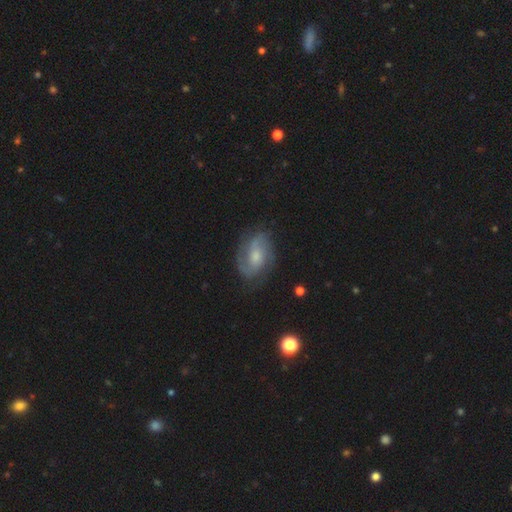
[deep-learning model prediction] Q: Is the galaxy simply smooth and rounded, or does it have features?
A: featured or disk — 77%.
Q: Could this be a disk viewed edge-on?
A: no — 97%.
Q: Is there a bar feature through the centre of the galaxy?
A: no — 50%.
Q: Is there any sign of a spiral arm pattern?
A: yes — 94%.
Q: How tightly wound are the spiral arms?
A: medium — 48%.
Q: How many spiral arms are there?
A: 2 — 76%.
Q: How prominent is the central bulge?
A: moderate — 50%.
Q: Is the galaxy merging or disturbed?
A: none — 72%.